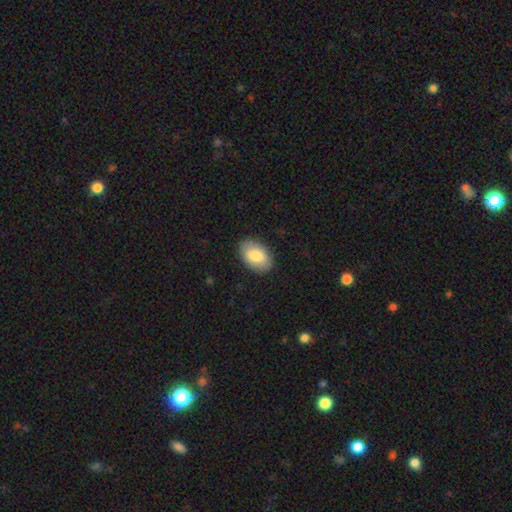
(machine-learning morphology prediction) A smooth galaxy with no disk features (79%) that is in between round and cigar-shaped (93%). Merging: none (86%).